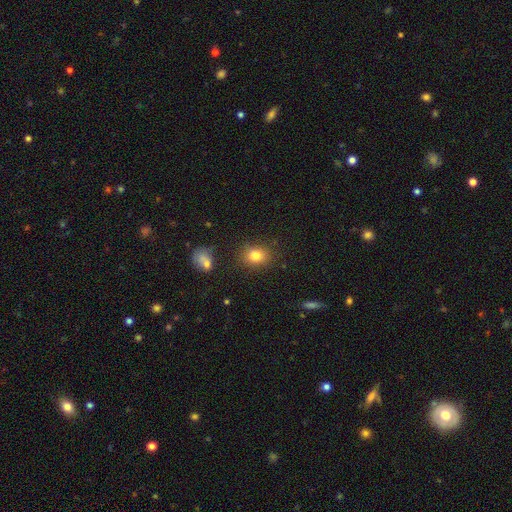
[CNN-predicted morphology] A smooth galaxy with no disk features (81%) that is round (51%). Merging: none (81%).